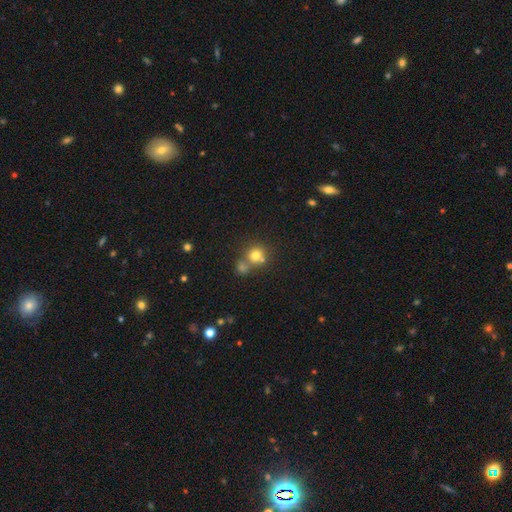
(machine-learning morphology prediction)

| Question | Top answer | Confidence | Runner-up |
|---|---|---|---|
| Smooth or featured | smooth | 75% | star or artifact (14%) |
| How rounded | round | 86% | in between (13%) |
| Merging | none | 48% | merger (39%) |